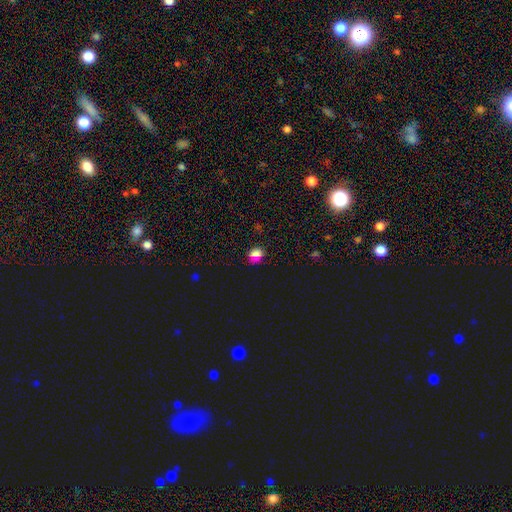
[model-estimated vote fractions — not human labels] Smooth or featured? smooth (60%)
How rounded? round (66%)
Merging? none (83%)